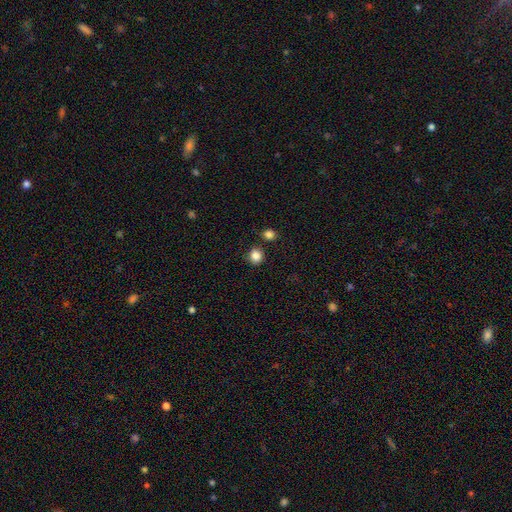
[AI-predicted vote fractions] Smooth or featured?
  - smooth: 85% *
  - star or artifact: 11%
  - featured or disk: 4%
How rounded?
  - round: 81% *
  - in between: 18%
  - cigar-shaped: 1%
Merging?
  - none: 81% *
  - minor disturbance: 10%
  - merger: 7%
  - major disturbance: 3%